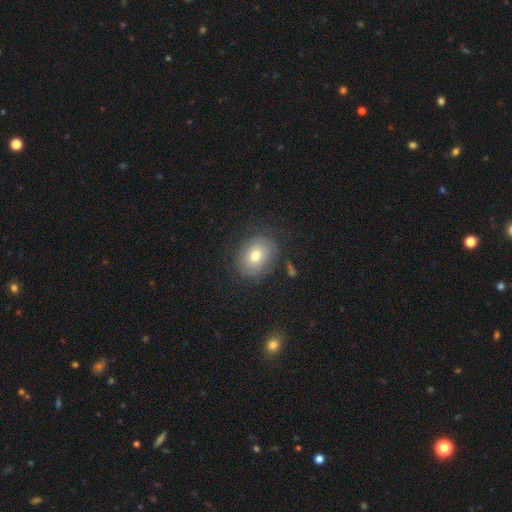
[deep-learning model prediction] smooth 69%, featured or disk 21%, star or artifact 10%. Down the decision tree: how rounded — in between (51%); merging — none (77%).